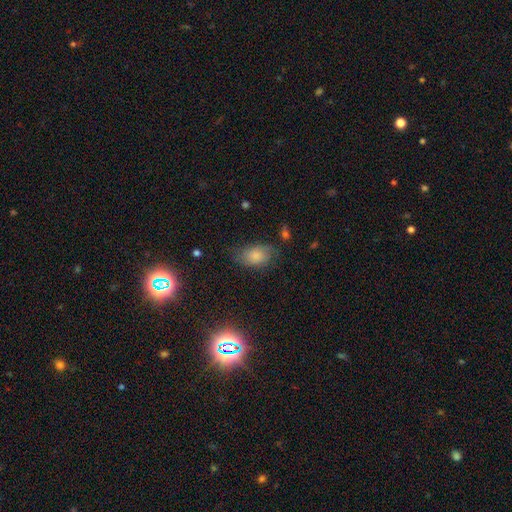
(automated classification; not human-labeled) This appears to be a smooth galaxy with no disk features (74%) that is in between round and cigar-shaped (85%). Merging: none (63%).